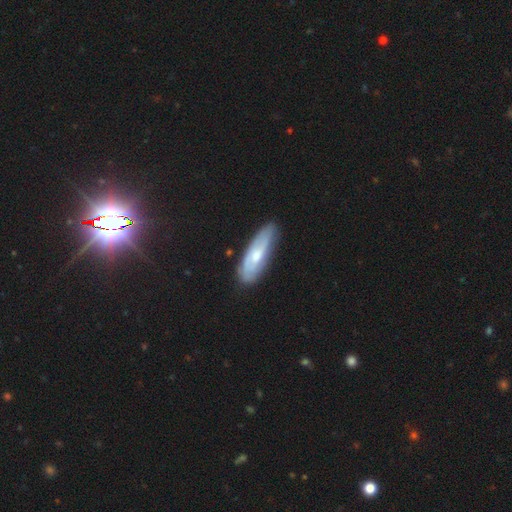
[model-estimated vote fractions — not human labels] This appears to be a featured or disk galaxy (53%). Merging: none (75%).